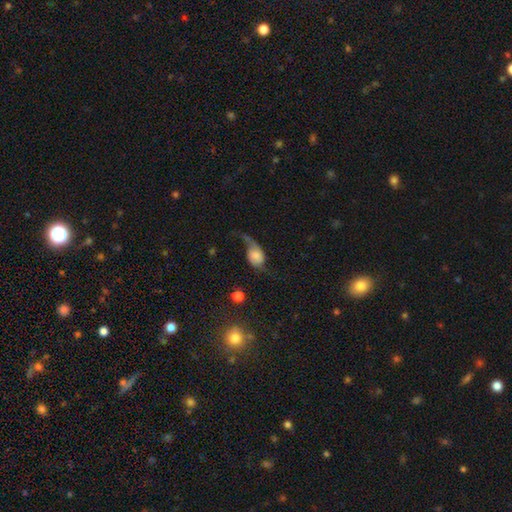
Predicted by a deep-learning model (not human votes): featured or disk 53%, smooth 38%, star or artifact 9%. Down the decision tree: edge-on disk — no (94%); bar — no (68%); spiral arms — yes (84%); bulge size — small (31%); merging — major disturbance (42%).